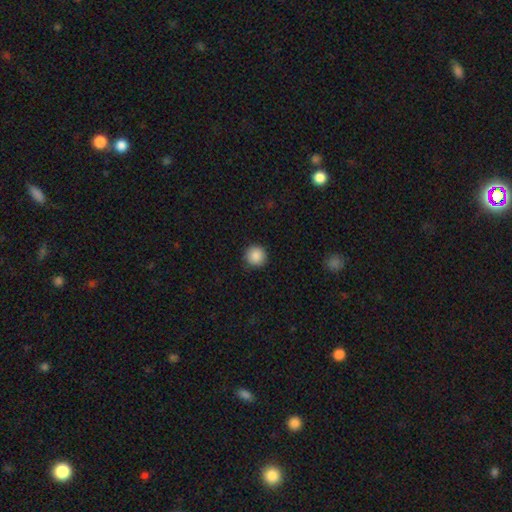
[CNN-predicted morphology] A smooth galaxy with no disk features (88%) that is round (95%).

Vote fractions:
- Smooth or featured? smooth: 88% / star or artifact: 9% / featured or disk: 3%
- How rounded? round: 95% / in between: 4% / cigar-shaped: 1%
- Merging? none: 91% / minor disturbance: 7% / major disturbance: 2% / merger: 1%